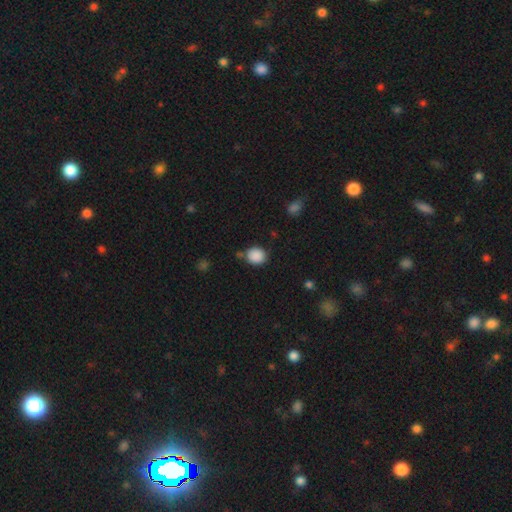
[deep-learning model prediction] smooth_or_featured: smooth (p=0.88) [alt: star or artifact p=0.09]
how_rounded: round (p=0.76) [alt: in between p=0.23]
merging: none (p=0.75) [alt: minor disturbance p=0.14]